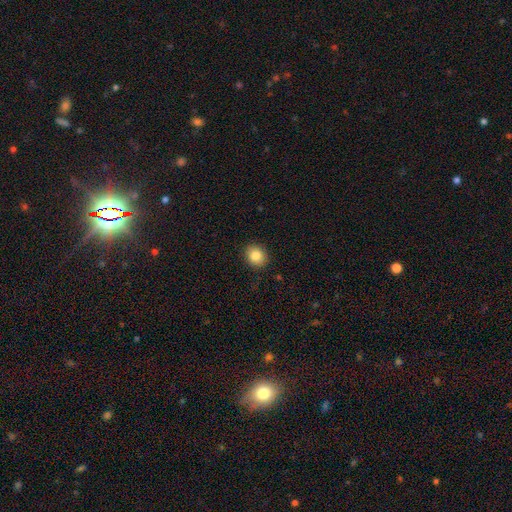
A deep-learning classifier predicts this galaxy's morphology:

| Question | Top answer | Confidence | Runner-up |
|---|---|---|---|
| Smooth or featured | smooth | 84% | star or artifact (10%) |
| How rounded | round | 73% | in between (26%) |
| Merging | none | 90% | minor disturbance (7%) |